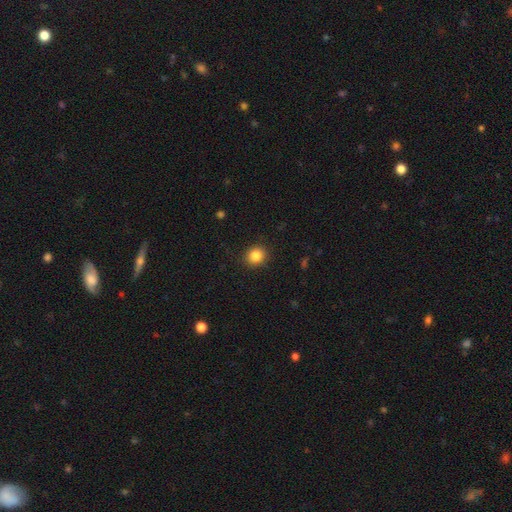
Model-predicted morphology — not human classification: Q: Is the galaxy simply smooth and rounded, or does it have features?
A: smooth — 86%.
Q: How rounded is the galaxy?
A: round — 79%.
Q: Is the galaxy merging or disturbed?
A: none — 90%.